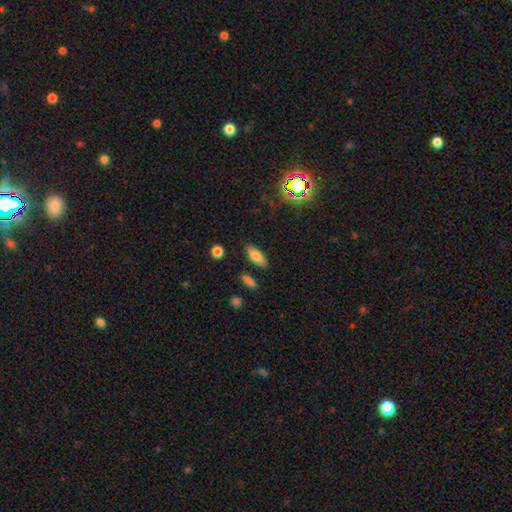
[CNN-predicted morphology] smooth-or-featured: smooth: 78% | featured or disk: 13% | star or artifact: 9%
  how-rounded: in between: 78% | cigar-shaped: 19% | round: 3%
  merging: none: 83% | minor disturbance: 11% | merger: 3% | major disturbance: 3%